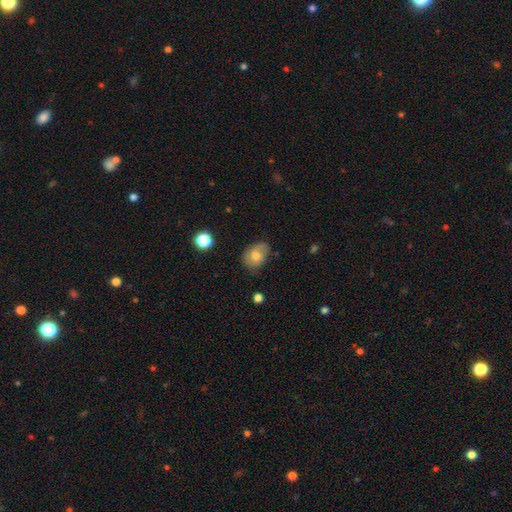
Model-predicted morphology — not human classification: A smooth galaxy with no disk features (65%) that is in between round and cigar-shaped (66%). Merging: none (66%).